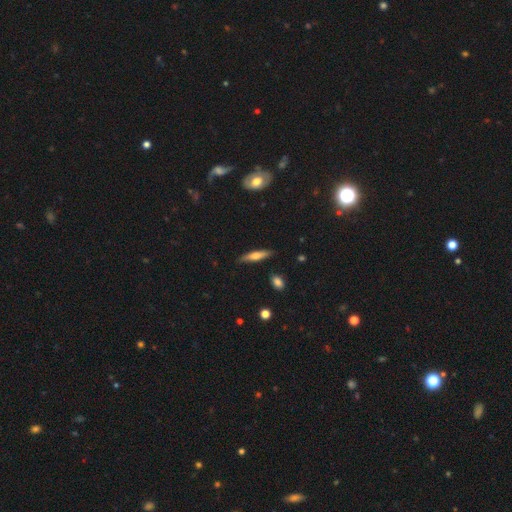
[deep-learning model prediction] Smooth or featured? Predicted: smooth (p=0.56). How rounded? Predicted: cigar-shaped (p=0.80). Merging? Predicted: none (p=0.85).